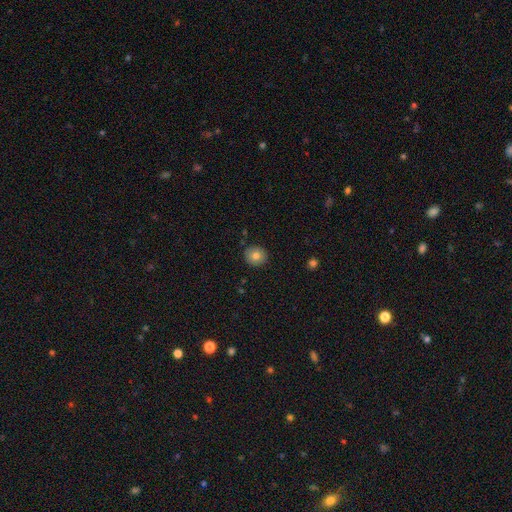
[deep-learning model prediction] This appears to be a smooth galaxy with no disk features (80%) that is round (84%). Merging: none (89%).